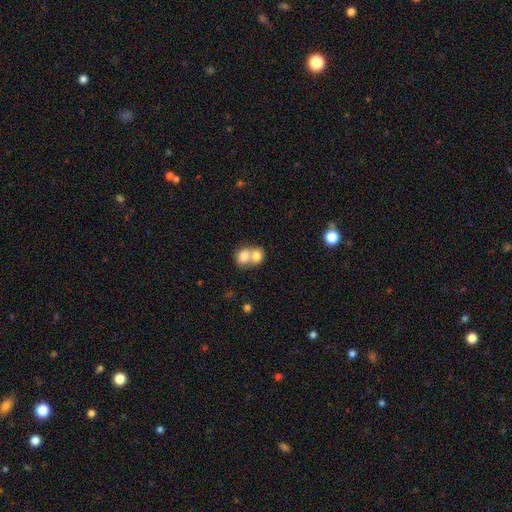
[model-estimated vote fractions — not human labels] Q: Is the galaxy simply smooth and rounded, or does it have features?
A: smooth — 76%.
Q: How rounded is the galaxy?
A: round — 52%.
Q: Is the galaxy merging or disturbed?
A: merger — 75%.